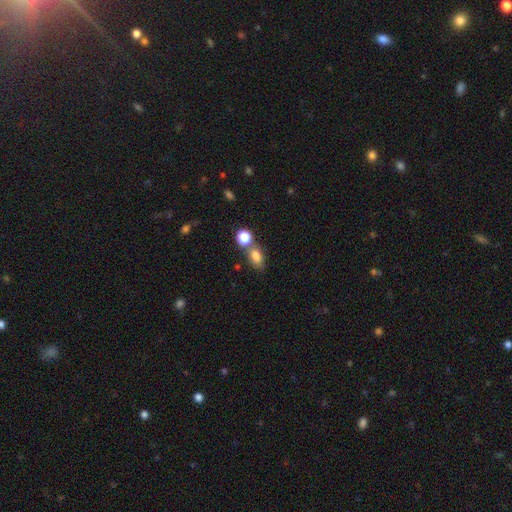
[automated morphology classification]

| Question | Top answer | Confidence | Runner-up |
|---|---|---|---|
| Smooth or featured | smooth | 79% | star or artifact (12%) |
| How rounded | in between | 79% | round (18%) |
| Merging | none | 52% | merger (31%) |